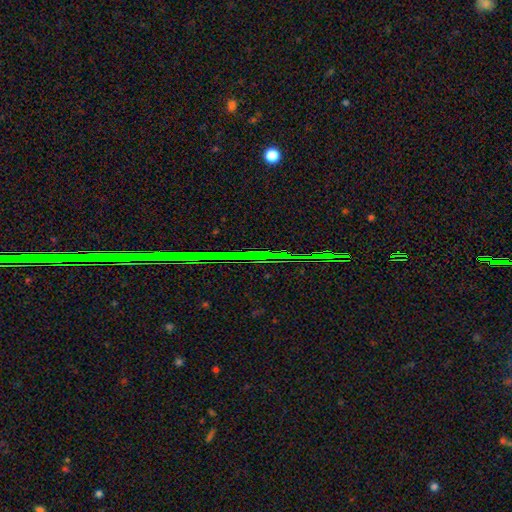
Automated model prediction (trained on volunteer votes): Morphology: type=star or artifact (83%).